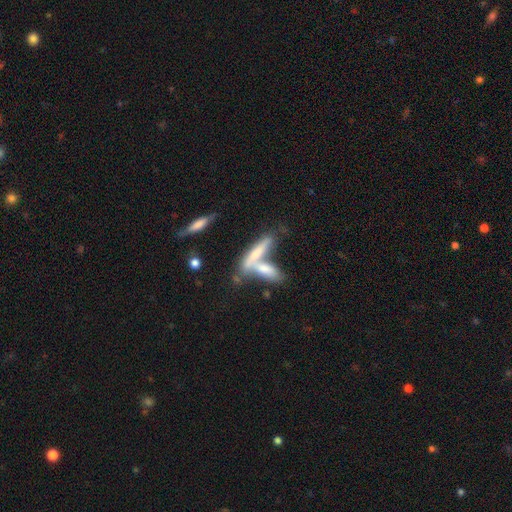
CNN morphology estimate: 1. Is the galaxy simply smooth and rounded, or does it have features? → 59% smooth, 33% featured or disk, 8% star or artifact.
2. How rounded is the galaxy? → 68% cigar-shaped, 29% in between, 3% round.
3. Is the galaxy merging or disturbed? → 57% merger, 29% none, 9% minor disturbance, 5% major disturbance.